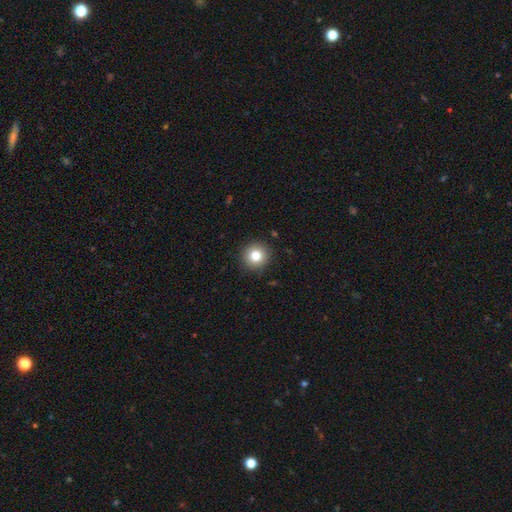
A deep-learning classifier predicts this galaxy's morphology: smooth 82%, star or artifact 10%, featured or disk 7%. Down the decision tree: how rounded — round (94%); merging — none (91%).